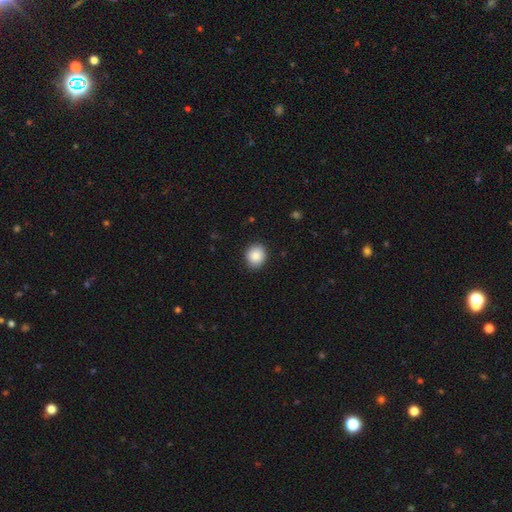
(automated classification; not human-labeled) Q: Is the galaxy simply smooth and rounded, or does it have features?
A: smooth — 88%.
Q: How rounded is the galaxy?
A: round — 72%.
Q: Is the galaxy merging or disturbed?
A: none — 89%.